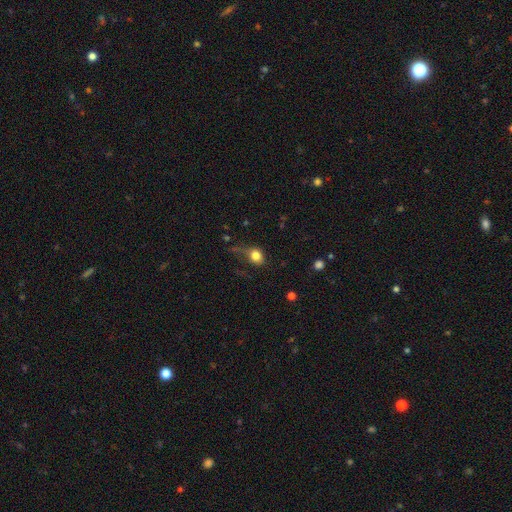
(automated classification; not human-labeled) A smooth galaxy with no disk features (78%) that is round (61%).

Vote fractions:
- Smooth or featured? smooth: 78% / featured or disk: 12% / star or artifact: 10%
- How rounded? round: 61% / in between: 38% / cigar-shaped: 2%
- Merging? none: 41% / major disturbance: 30% / minor disturbance: 25% / merger: 4%